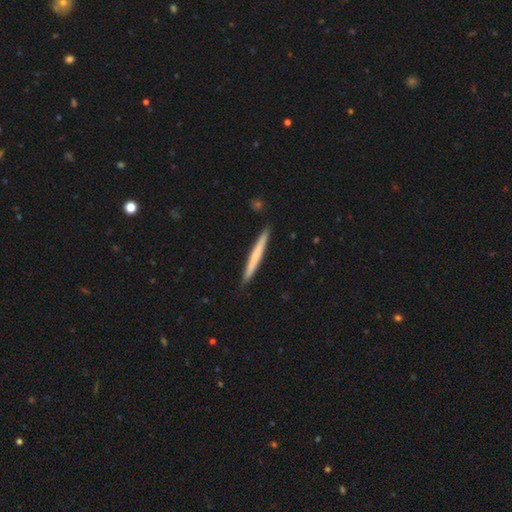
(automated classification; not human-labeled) Q: Smooth or featured?
A: smooth (61%); runner-up: featured or disk (34%)
Q: How rounded?
A: cigar-shaped (97%); runner-up: in between (2%)
Q: Merging?
A: none (91%); runner-up: minor disturbance (6%)